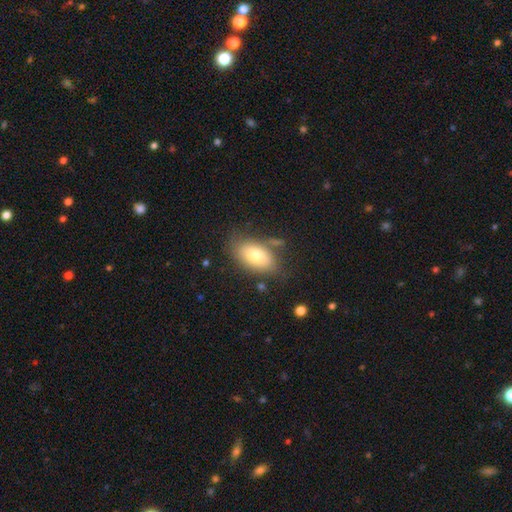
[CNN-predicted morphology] Smooth or featured: smooth — 75% (featured or disk — 17%)
How rounded: in between — 91% (round — 6%)
Merging: none — 71% (minor disturbance — 18%)